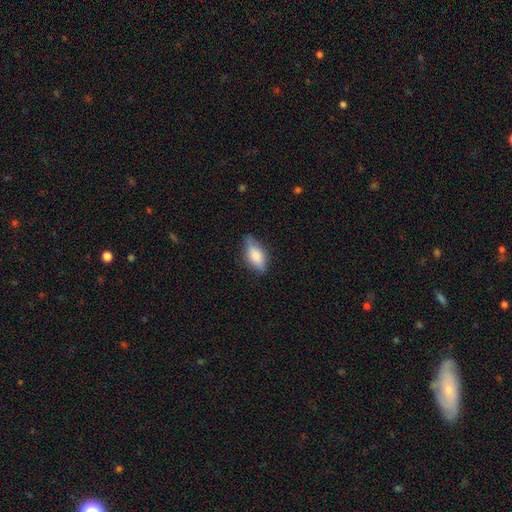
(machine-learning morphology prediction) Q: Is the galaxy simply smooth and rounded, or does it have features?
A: smooth — 78%.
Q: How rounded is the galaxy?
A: in between — 85%.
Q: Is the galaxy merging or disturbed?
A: none — 70%.